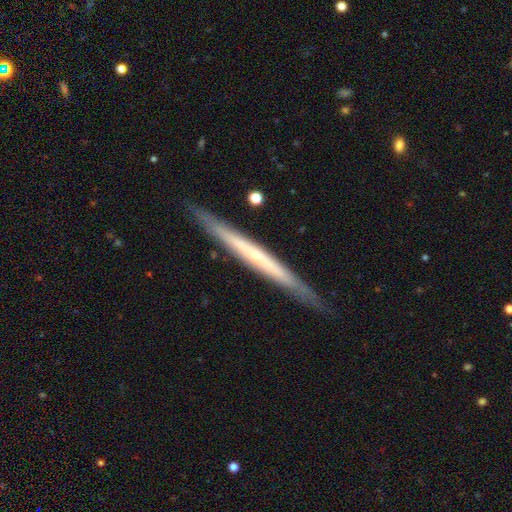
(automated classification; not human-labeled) Smooth or featured?
  - featured or disk: 63% *
  - smooth: 32%
  - star or artifact: 6%
Edge-on disk?
  - yes: 96% *
  - no: 4%
Edge-on bulge?
  - none: 72% *
  - rounded: 23%
  - boxy: 5%
Merging?
  - none: 89% *
  - minor disturbance: 9%
  - major disturbance: 1%
  - merger: 1%